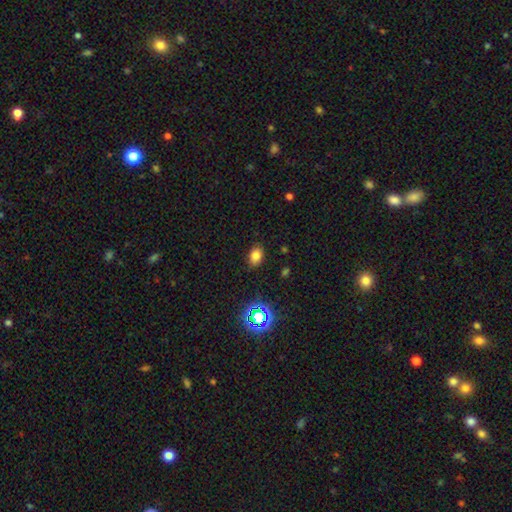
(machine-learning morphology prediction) Smooth or featured? Predicted: smooth (p=0.76). How rounded? Predicted: in between (p=0.74). Merging? Predicted: none (p=0.85).